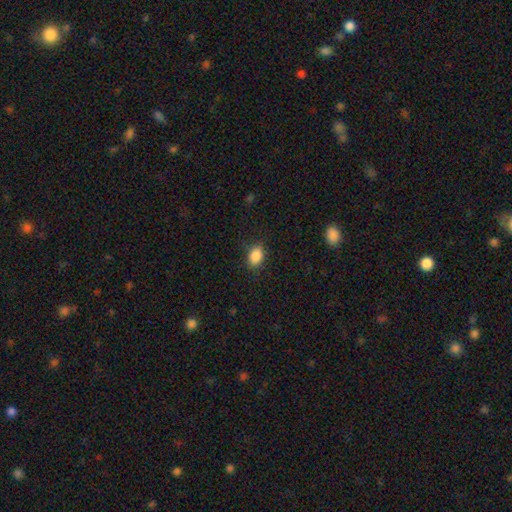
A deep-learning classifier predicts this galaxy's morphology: Smooth or featured? smooth (87%)
How rounded? in between (79%)
Merging? none (85%)